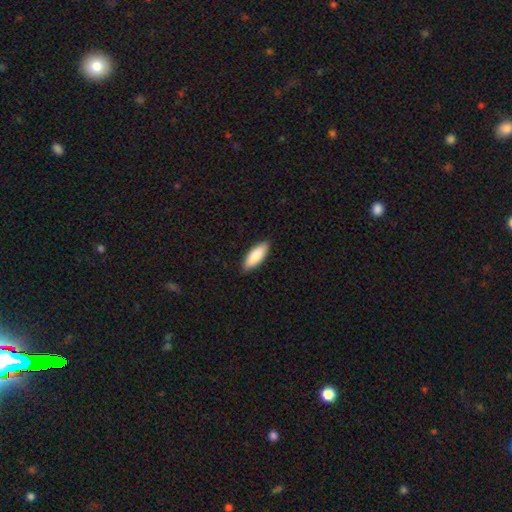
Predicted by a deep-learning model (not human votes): This is clearly a smooth galaxy (85%). How rounded: likely in between (65%). Merging: clearly none (88%).